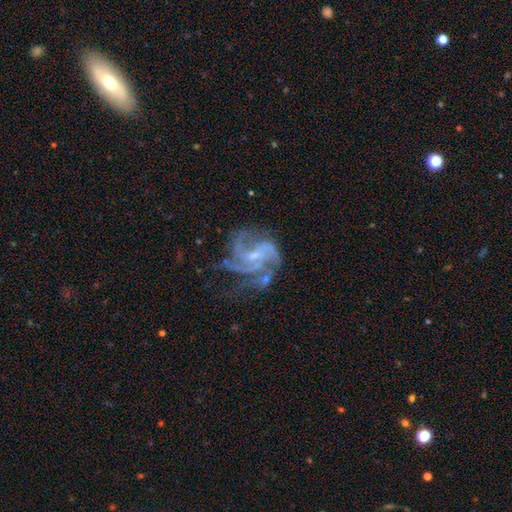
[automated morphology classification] This is clearly a featured or disk galaxy (87%). It is clearly not viewed edge-on (98%). Bar: possibly weak (45%). Spiral arm pattern: clearly yes (96%). Spiral arm count: marginally 3 (44%). Spiral winding: possibly medium (53%). Central bulge: likely small (64%). Merging: possibly none (52%).